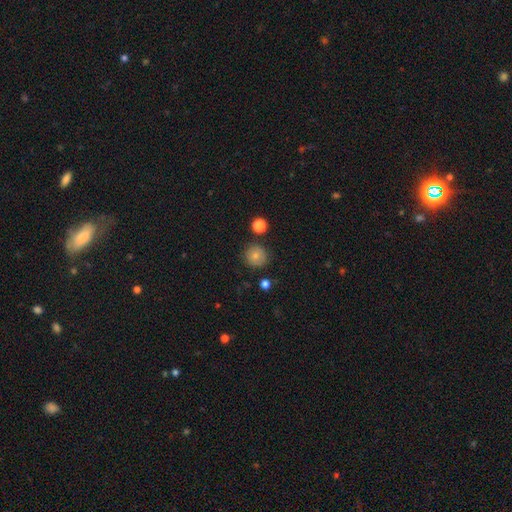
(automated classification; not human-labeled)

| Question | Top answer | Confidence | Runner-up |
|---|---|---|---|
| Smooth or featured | smooth | 78% | star or artifact (11%) |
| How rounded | round | 93% | in between (6%) |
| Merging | none | 85% | minor disturbance (9%) |